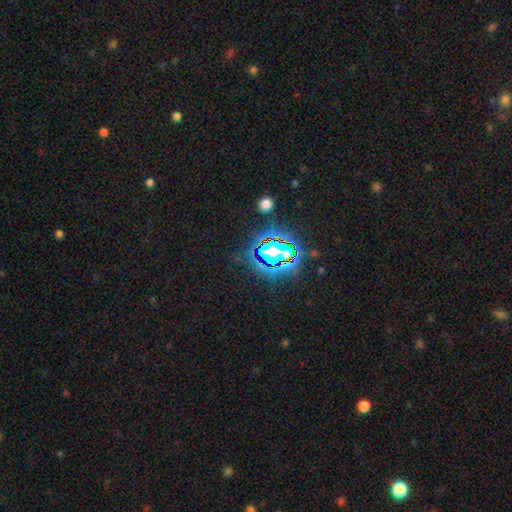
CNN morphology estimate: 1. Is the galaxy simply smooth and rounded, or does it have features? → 80% star or artifact, 12% smooth, 8% featured or disk.